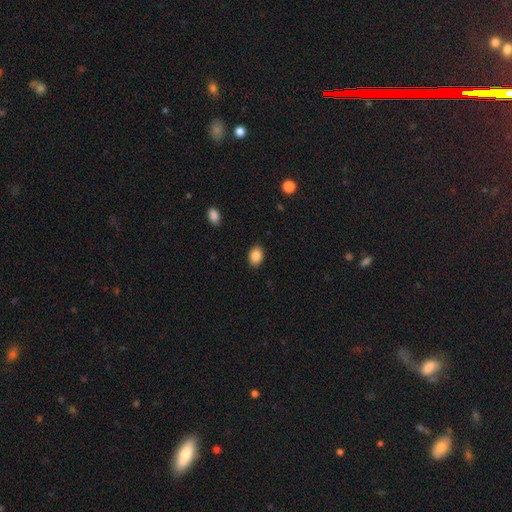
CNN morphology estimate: Smooth or featured? Predicted: smooth (p=0.87). How rounded? Predicted: in between (p=0.80). Merging? Predicted: none (p=0.89).